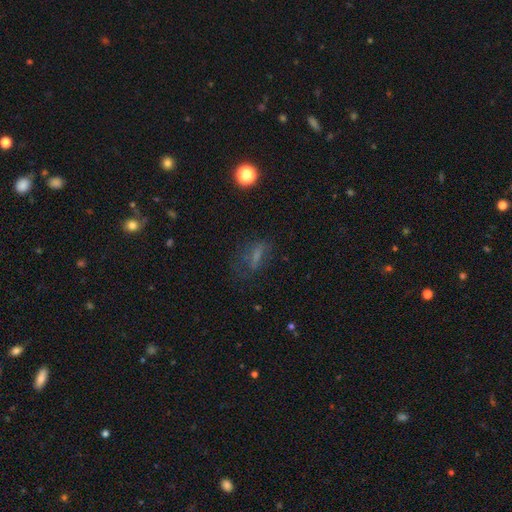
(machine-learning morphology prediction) smooth-or-featured: smooth: 52% | featured or disk: 25% | star or artifact: 23%
  how-rounded: in between: 50% | cigar-shaped: 39% | round: 11%
  merging: none: 57% | minor disturbance: 20% | major disturbance: 20% | merger: 3%